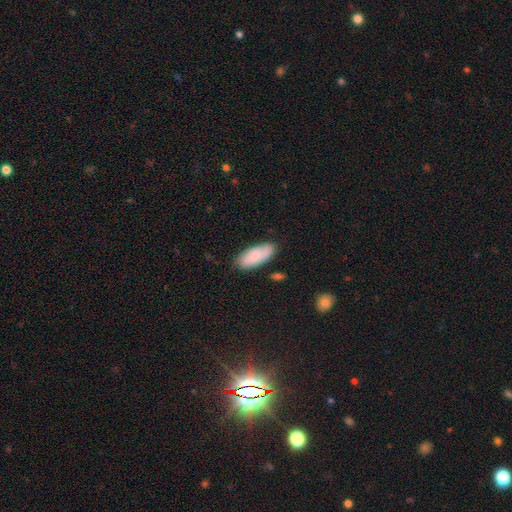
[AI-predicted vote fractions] Smooth or featured: smooth — 79% (featured or disk — 15%)
How rounded: in between — 83% (cigar-shaped — 15%)
Merging: none — 78% (minor disturbance — 16%)